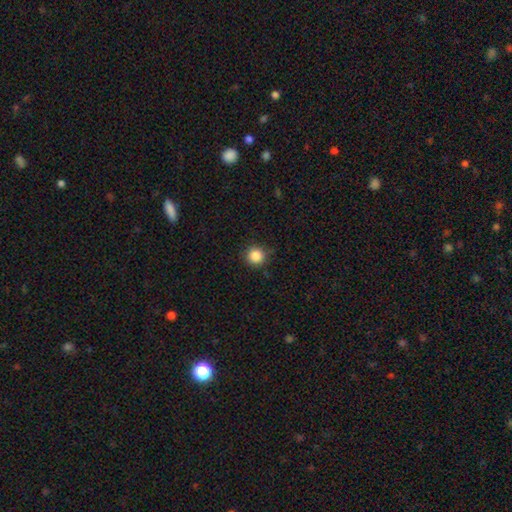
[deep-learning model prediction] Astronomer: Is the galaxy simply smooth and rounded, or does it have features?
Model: smooth — 86%.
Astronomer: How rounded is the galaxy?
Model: round — 94%.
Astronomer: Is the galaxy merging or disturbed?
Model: none — 87%.